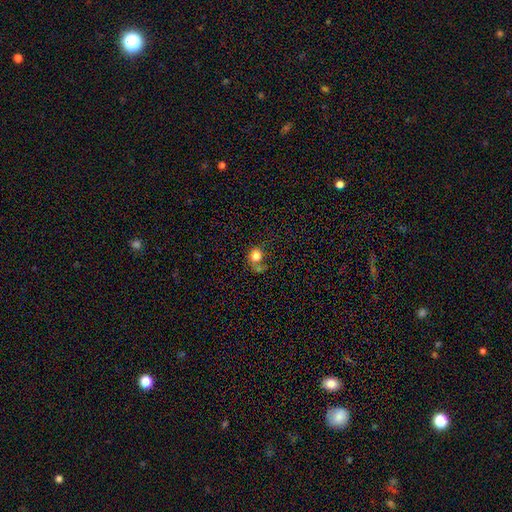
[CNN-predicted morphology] This appears to be a smooth galaxy with no disk features (80%) that is round (79%). Merging: none (50%).